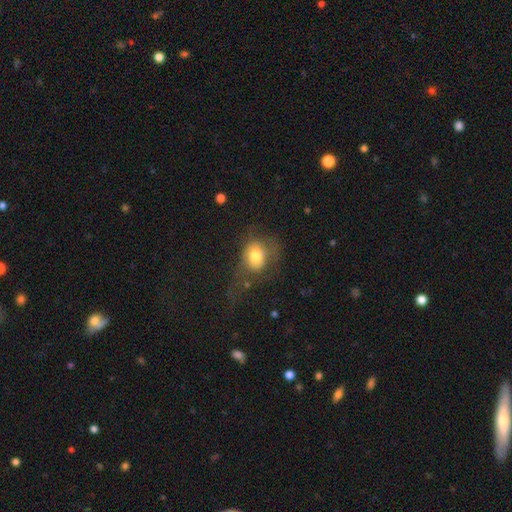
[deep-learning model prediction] Smooth or featured?
  - smooth: 71% *
  - featured or disk: 20%
  - star or artifact: 9%
How rounded?
  - round: 51% *
  - in between: 48%
  - cigar-shaped: 1%
Merging?
  - major disturbance: 40% *
  - none: 33%
  - minor disturbance: 23%
  - merger: 4%